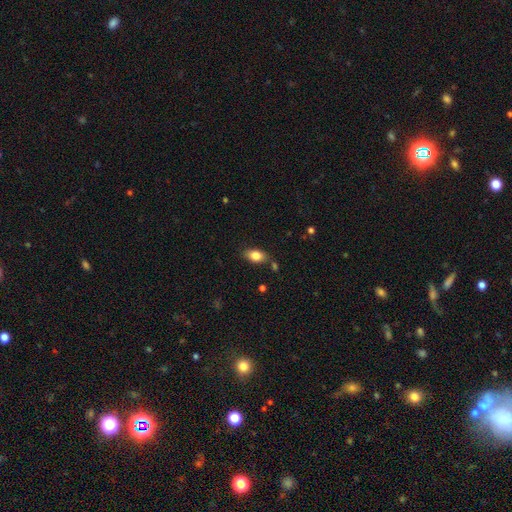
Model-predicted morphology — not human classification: Q: Smooth or featured?
A: smooth (82%); runner-up: featured or disk (10%)
Q: How rounded?
A: in between (88%); runner-up: round (9%)
Q: Merging?
A: none (79%); runner-up: minor disturbance (14%)